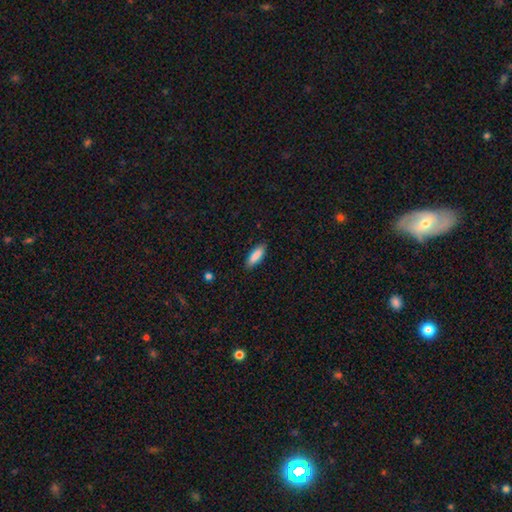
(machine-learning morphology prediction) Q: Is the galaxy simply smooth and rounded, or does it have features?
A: smooth — 88%.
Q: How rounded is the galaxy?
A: in between — 56%.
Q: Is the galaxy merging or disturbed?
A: none — 87%.